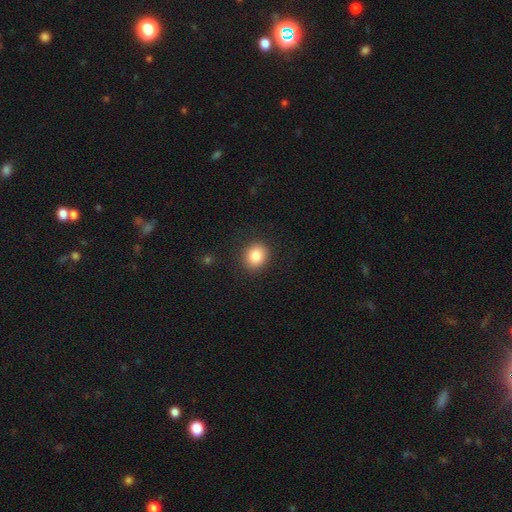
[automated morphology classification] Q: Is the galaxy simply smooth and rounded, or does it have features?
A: smooth — 84%.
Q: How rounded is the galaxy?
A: round — 71%.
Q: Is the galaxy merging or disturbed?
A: none — 89%.